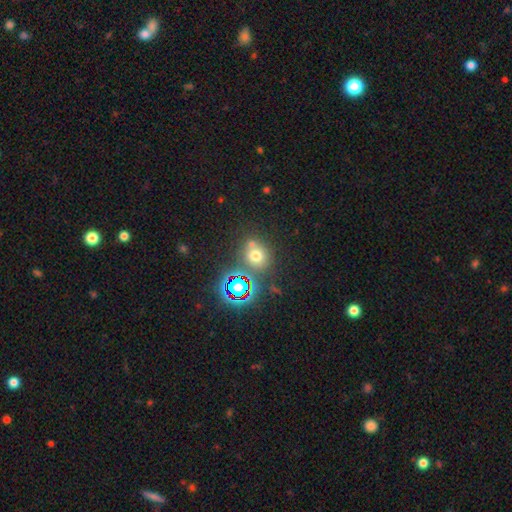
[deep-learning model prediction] A smooth galaxy with no disk features (62%) that is round (81%).

Vote fractions:
- Smooth or featured? smooth: 62% / star or artifact: 28% / featured or disk: 11%
- How rounded? round: 81% / in between: 18% / cigar-shaped: 1%
- Merging? none: 62% / merger: 22% / minor disturbance: 11% / major disturbance: 5%